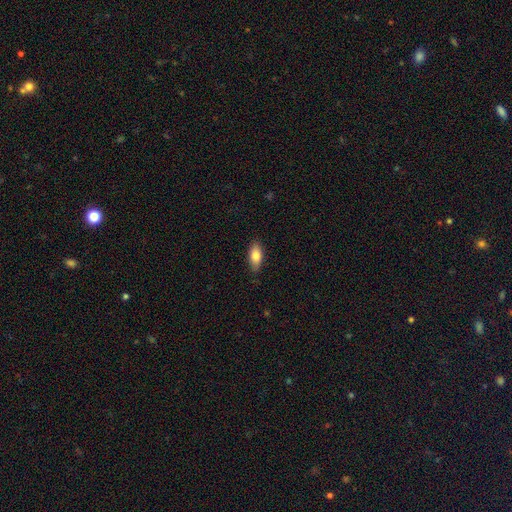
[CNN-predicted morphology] The model was most divided on "merging": none: 82%, minor disturbance: 14%, major disturbance: 2%, merger: 1%. More confident: how rounded — in between (86%); smooth or featured — smooth (82%).